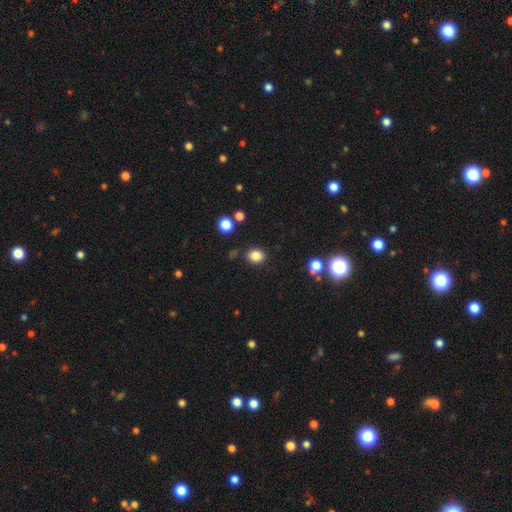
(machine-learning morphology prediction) Smooth or featured? smooth (83%)
How rounded? round (59%)
Merging? none (85%)